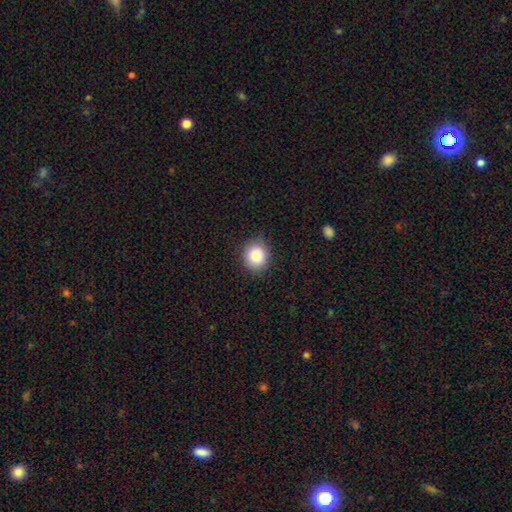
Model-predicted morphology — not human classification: Smooth or featured? Predicted: smooth (p=0.82). How rounded? Predicted: round (p=0.81). Merging? Predicted: none (p=0.87).